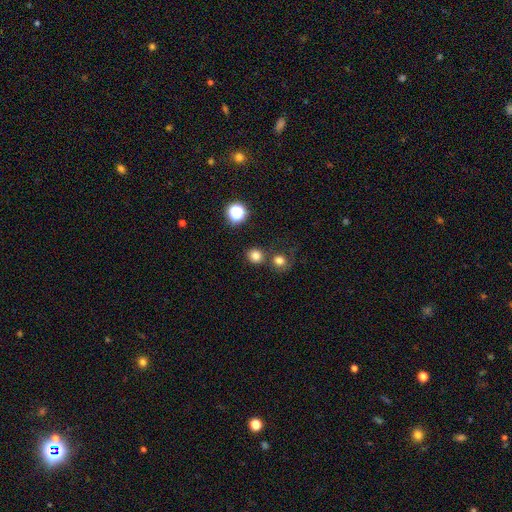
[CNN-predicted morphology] A smooth galaxy with no disk features (78%) that is round (87%). Merging: none (74%).